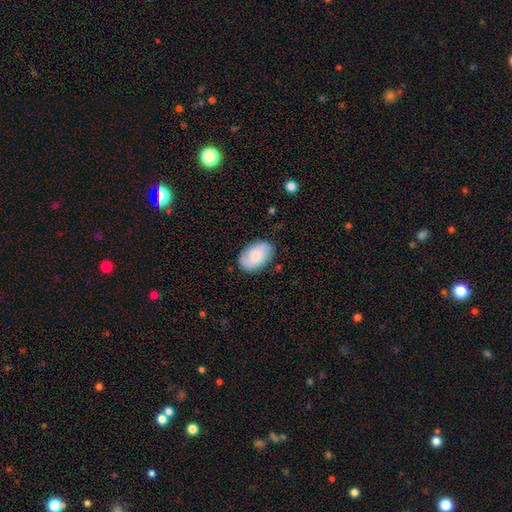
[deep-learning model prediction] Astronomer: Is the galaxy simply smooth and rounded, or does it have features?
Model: smooth — 58% (runner-up: featured or disk, 35%).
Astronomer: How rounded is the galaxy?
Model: in between — 91%.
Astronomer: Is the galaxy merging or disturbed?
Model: none — 80%.